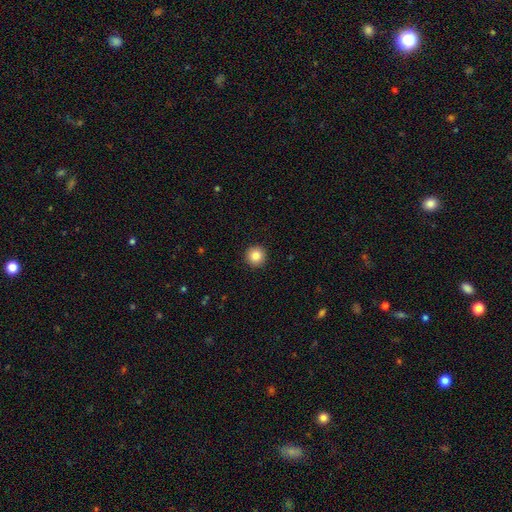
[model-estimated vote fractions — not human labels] The model was most divided on "smooth or featured": smooth: 84%, star or artifact: 10%, featured or disk: 6%. More confident: how rounded — round (96%); merging — none (93%).